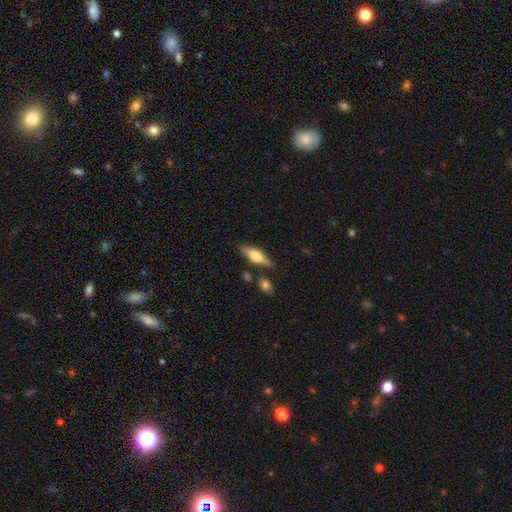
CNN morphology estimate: smooth_or_featured: featured or disk (p=0.50) [alt: smooth p=0.43]
disk_edge_on: yes (p=0.92) [alt: no p=0.08]
merging: none (p=0.79) [alt: minor disturbance p=0.12]